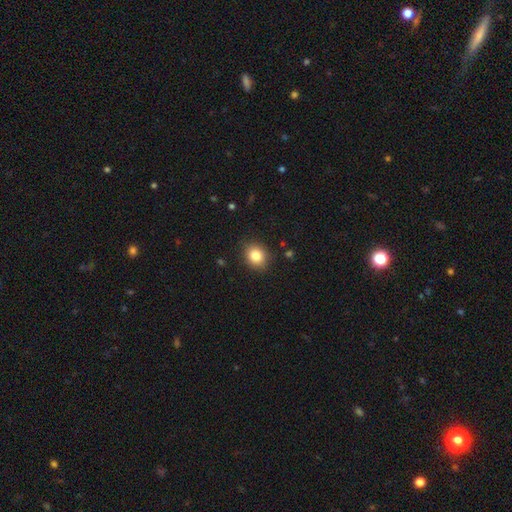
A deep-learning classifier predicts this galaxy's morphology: Smooth or featured?
  - smooth: 83% *
  - star or artifact: 10%
  - featured or disk: 7%
How rounded?
  - round: 65% *
  - in between: 34%
  - cigar-shaped: 1%
Merging?
  - none: 87% *
  - minor disturbance: 9%
  - major disturbance: 2%
  - merger: 1%